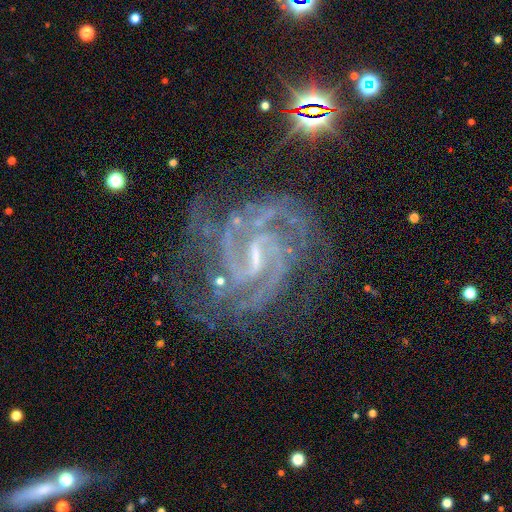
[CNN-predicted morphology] Overall: featured or disk (91%). Edge-on disk: no (98%). Bar: weak (49%; strong 37%). Spiral arms: yes (98%). Spiral arm count: 2 (55%; 3 15%). Spiral winding: tight (51%; medium 42%). Bulge size: small (59%; none 24%). Merging: none (68%).